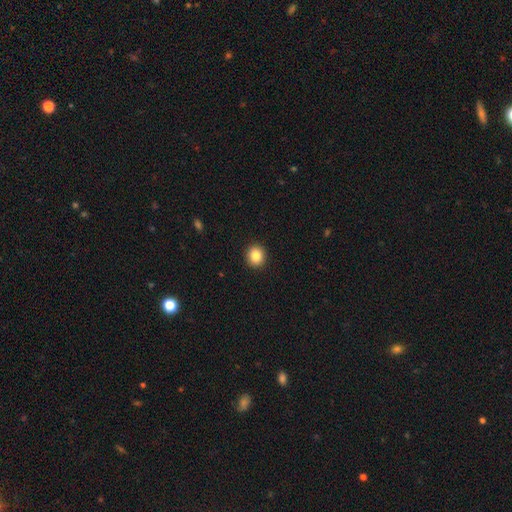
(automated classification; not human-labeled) smooth 84%, star or artifact 10%, featured or disk 6%. Down the decision tree: how rounded — round (87%); merging — none (93%).